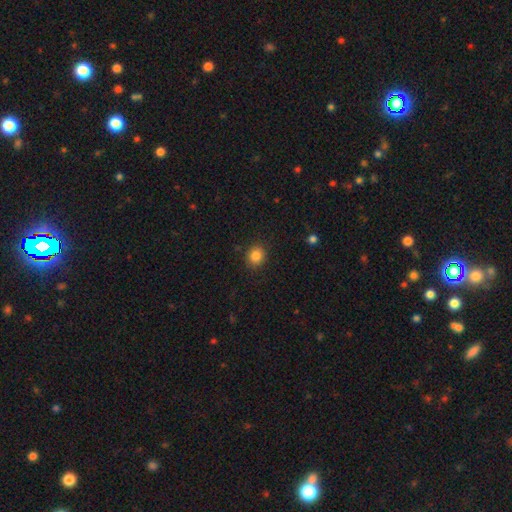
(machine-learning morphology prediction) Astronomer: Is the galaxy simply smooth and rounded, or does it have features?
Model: smooth — 85%.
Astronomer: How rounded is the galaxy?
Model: round — 76%.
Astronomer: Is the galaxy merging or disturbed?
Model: none — 88%.